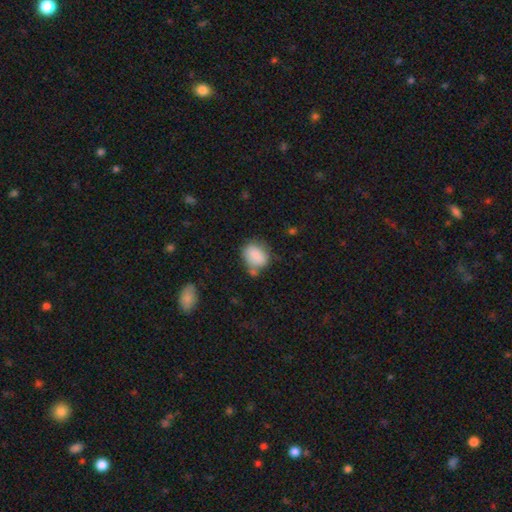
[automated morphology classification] The model was most divided on "how rounded": in between: 57%, round: 42%, cigar-shaped: 1%. More confident: smooth or featured — smooth (83%); merging — none (57%).